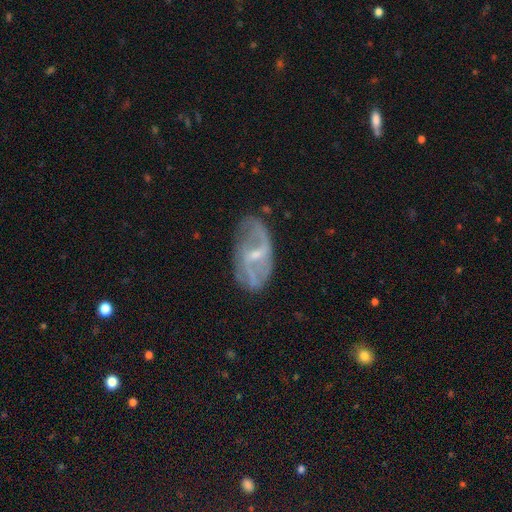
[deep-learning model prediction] This appears to be a featured or disk galaxy (78%) with a weak bar (53%), 2 (63%) loose (52%) spiral arms (82%) and a small central bulge (63%). Merging: none (61%).